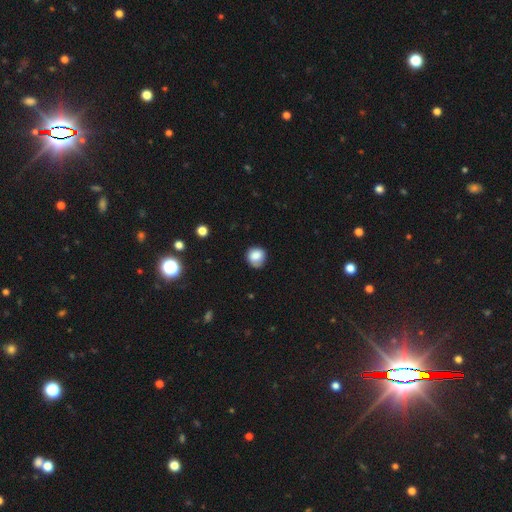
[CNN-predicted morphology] The model was most divided on "merging": none: 74%, minor disturbance: 20%, major disturbance: 4%, merger: 2%. More confident: how rounded — round (86%); smooth or featured — smooth (84%).